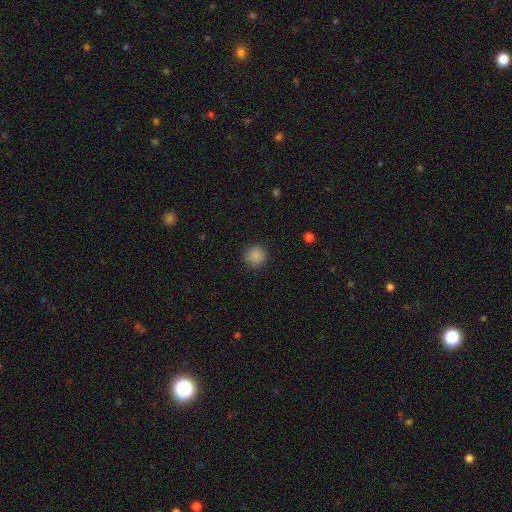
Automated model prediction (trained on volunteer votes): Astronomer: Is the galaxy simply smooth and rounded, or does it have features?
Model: smooth — 87%.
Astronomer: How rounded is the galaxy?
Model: round — 94%.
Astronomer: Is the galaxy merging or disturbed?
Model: none — 91%.